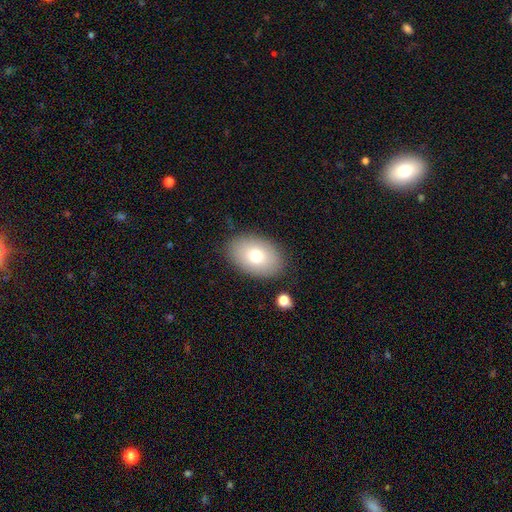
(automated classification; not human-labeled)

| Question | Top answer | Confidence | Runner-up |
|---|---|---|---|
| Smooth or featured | smooth | 75% | featured or disk (16%) |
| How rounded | in between | 86% | round (13%) |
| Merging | none | 85% | minor disturbance (10%) |